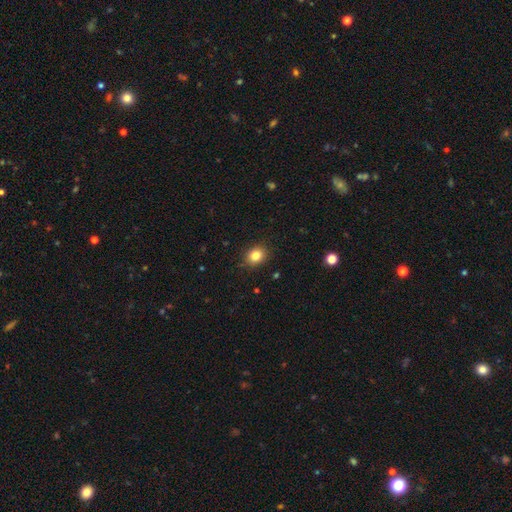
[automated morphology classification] Smooth or featured: smooth — 82% (star or artifact — 11%)
How rounded: round — 64% (in between — 36%)
Merging: none — 87% (minor disturbance — 10%)